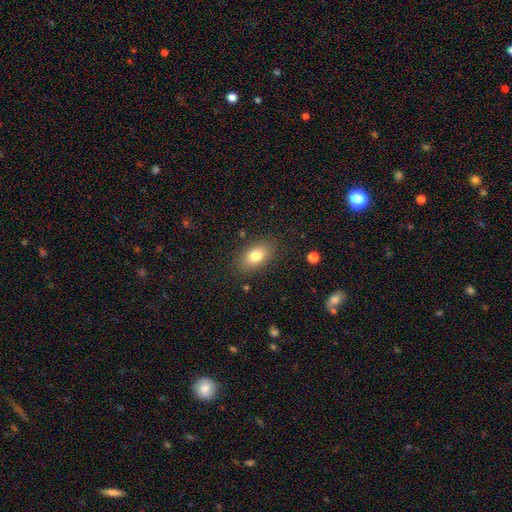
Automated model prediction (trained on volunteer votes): This appears to be a smooth galaxy with no disk features (79%) that is in between round and cigar-shaped (87%). Merging: none (84%).